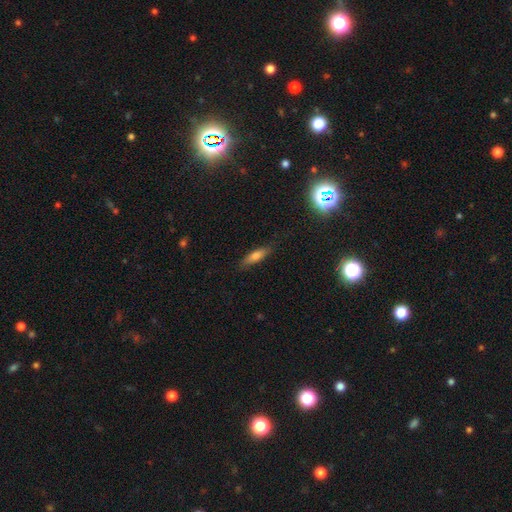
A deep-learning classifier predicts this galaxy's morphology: This is likely a smooth galaxy (70%). How rounded: possibly cigar-shaped (59%). Merging: clearly none (81%).